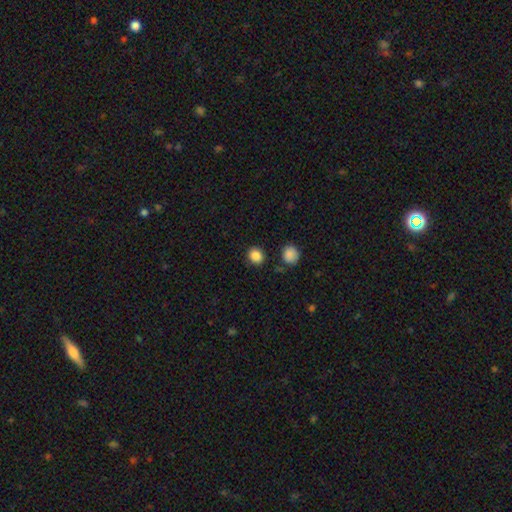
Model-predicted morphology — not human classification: A smooth galaxy with no disk features (87%) that is round (67%). Merging: none (86%).